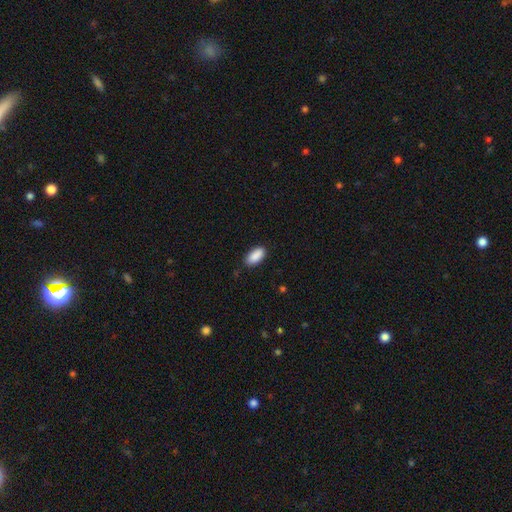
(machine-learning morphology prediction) smooth_or_featured: smooth (p=0.90) [alt: star or artifact p=0.06]
how_rounded: in between (p=0.90) [alt: cigar-shaped p=0.08]
merging: none (p=0.85) [alt: minor disturbance p=0.11]